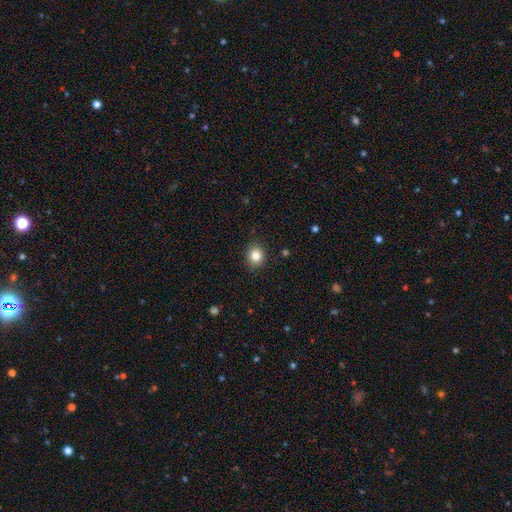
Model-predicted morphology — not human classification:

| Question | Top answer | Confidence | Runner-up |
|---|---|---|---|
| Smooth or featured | smooth | 83% | star or artifact (11%) |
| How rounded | round | 69% | in between (30%) |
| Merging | none | 88% | minor disturbance (9%) |